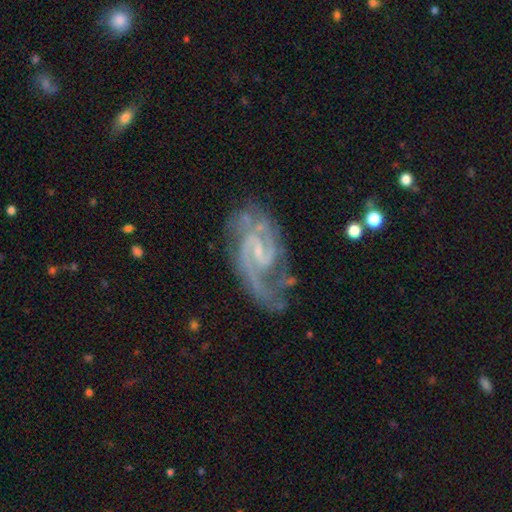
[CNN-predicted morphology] Smooth or featured? featured or disk (84%)
Edge-on disk? no (96%)
Bar? weak (53%)
Spiral arms? yes (95%)
Spiral winding? medium (49%)
Spiral arm count? 2 (58%)
Bulge size? small (61%)
Merging? none (60%)